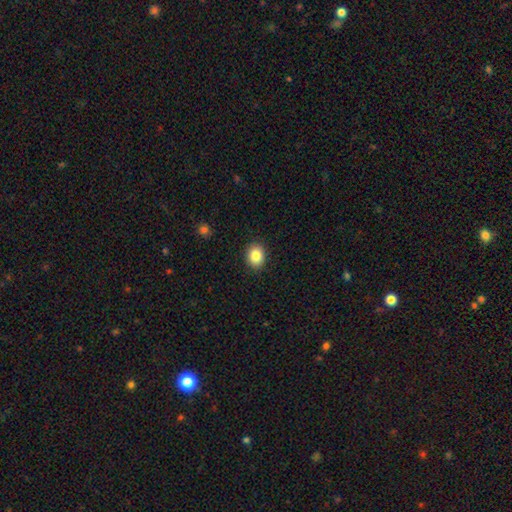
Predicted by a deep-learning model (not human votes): A smooth galaxy with no disk features (85%) that is in between round and cigar-shaped (50%).

Vote fractions:
- Smooth or featured? smooth: 85% / star or artifact: 9% / featured or disk: 6%
- How rounded? in between: 50% / round: 49% / cigar-shaped: 1%
- Merging? none: 90% / minor disturbance: 7% / major disturbance: 2% / merger: 1%